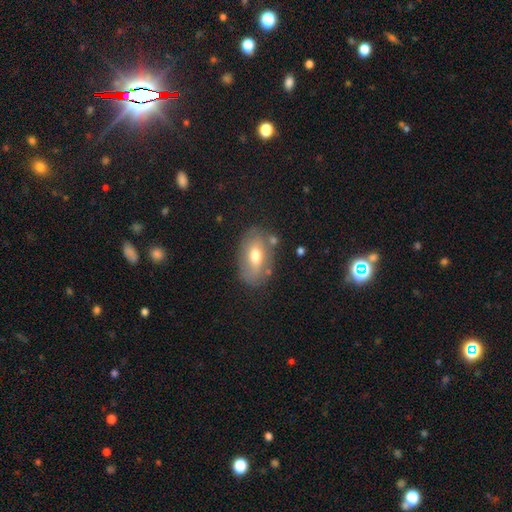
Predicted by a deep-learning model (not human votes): Smooth or featured: smooth — 61% (featured or disk — 31%)
How rounded: in between — 87% (round — 11%)
Merging: none — 73% (minor disturbance — 17%)